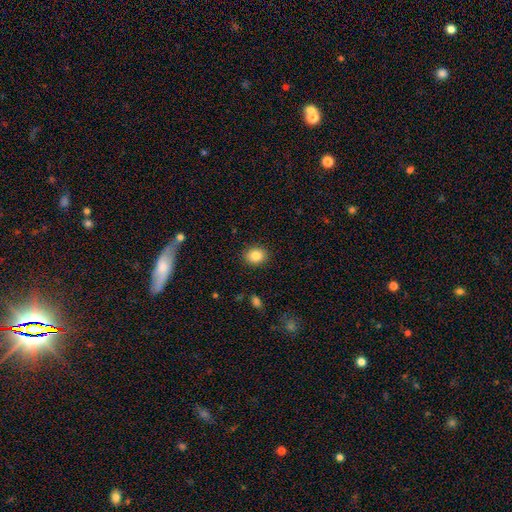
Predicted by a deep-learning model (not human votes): Smooth or featured?
  - smooth: 85% *
  - star or artifact: 9%
  - featured or disk: 6%
How rounded?
  - round: 56% *
  - in between: 43%
  - cigar-shaped: 1%
Merging?
  - none: 89% *
  - minor disturbance: 8%
  - major disturbance: 2%
  - merger: 1%